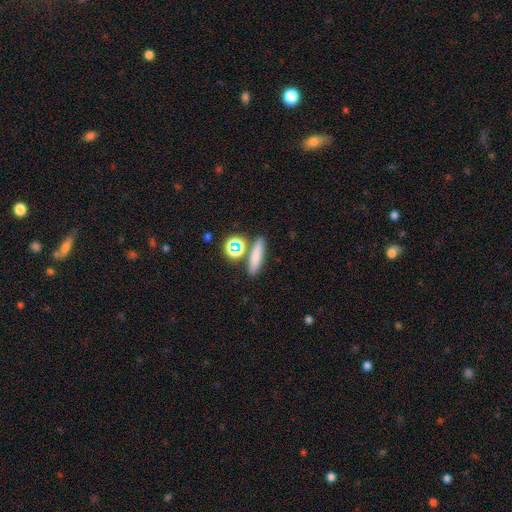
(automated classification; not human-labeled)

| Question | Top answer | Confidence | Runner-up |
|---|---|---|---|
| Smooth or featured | smooth | 73% | star or artifact (14%) |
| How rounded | cigar-shaped | 64% | in between (23%) |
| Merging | none | 76% | merger (11%) |